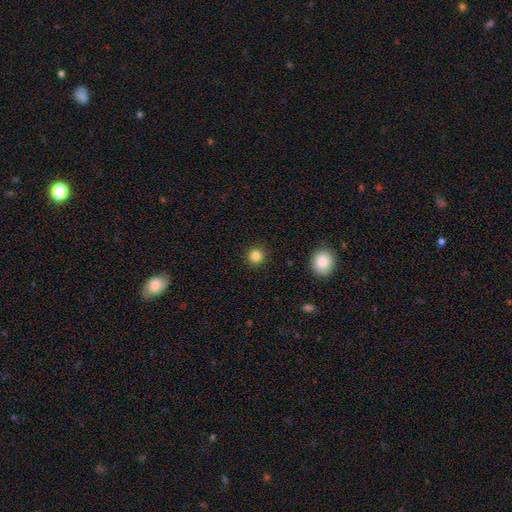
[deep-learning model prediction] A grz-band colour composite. It shows a smooth galaxy with no disk features (84%) that is round (92%). Merging: none (91%).